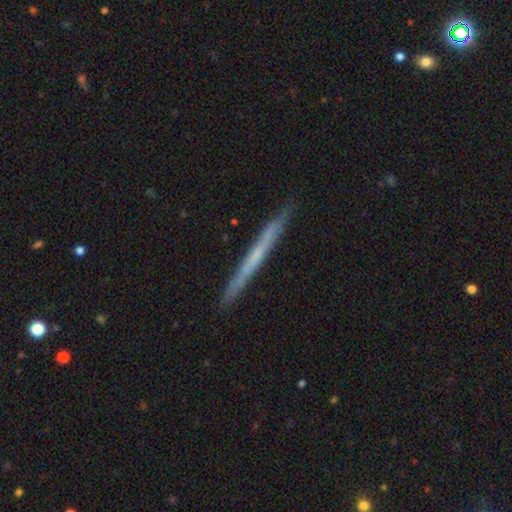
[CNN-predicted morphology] This is possibly a featured or disk galaxy (56%). It is clearly viewed edge-on (97%). Edge-on bulge: clearly none (82%). Merging: clearly none (91%).